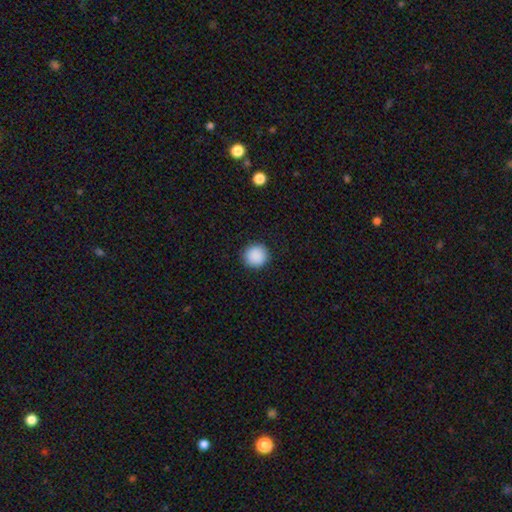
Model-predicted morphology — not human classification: Q: Smooth or featured?
A: smooth (90%); runner-up: star or artifact (8%)
Q: How rounded?
A: round (94%); runner-up: in between (5%)
Q: Merging?
A: none (92%); runner-up: minor disturbance (5%)